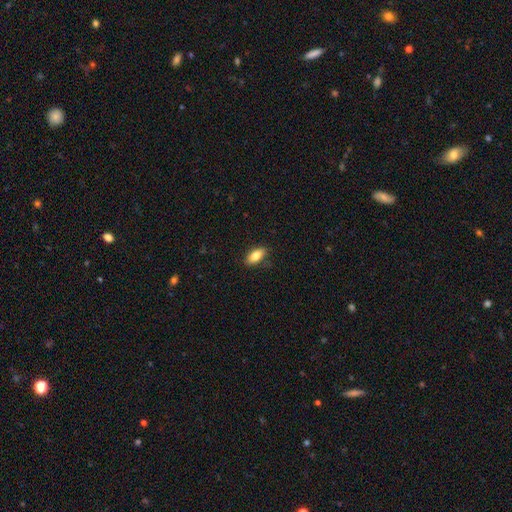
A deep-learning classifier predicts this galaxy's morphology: smooth_or_featured: smooth (p=0.81) [alt: featured or disk p=0.12]
how_rounded: in between (p=0.85) [alt: cigar-shaped p=0.12]
merging: none (p=0.84) [alt: minor disturbance p=0.12]